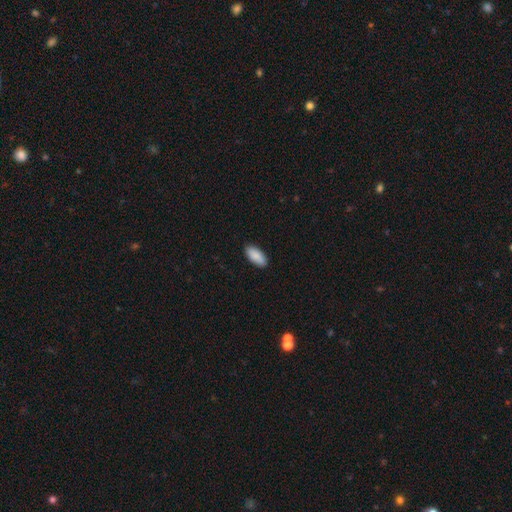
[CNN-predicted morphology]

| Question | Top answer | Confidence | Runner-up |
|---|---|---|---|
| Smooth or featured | smooth | 90% | star or artifact (6%) |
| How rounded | in between | 91% | cigar-shaped (7%) |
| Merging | none | 89% | minor disturbance (8%) |